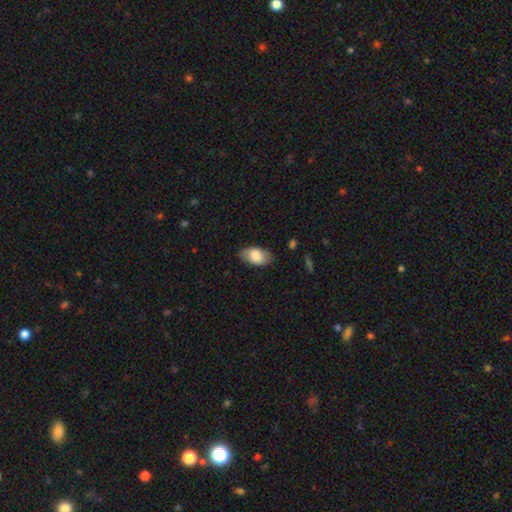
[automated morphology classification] Smooth or featured?
  - smooth: 79% *
  - featured or disk: 15%
  - star or artifact: 6%
How rounded?
  - in between: 94% *
  - round: 5%
  - cigar-shaped: 2%
Merging?
  - none: 81% *
  - minor disturbance: 15%
  - major disturbance: 3%
  - merger: 1%